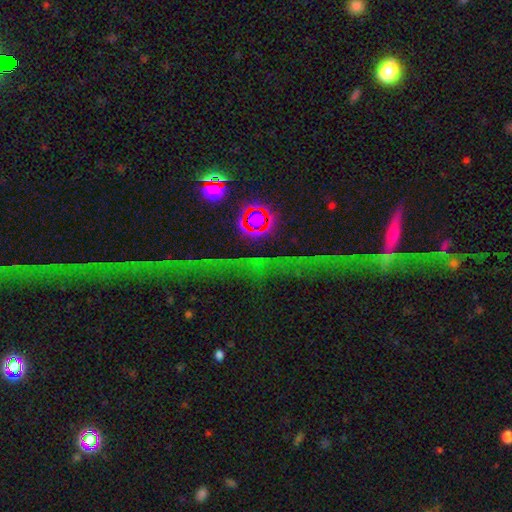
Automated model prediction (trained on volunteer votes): This appears to be a star or artifact, not a galaxy (75%).